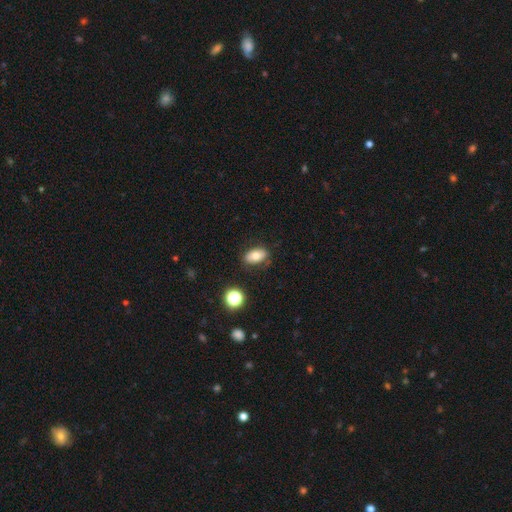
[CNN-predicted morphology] This appears to be a smooth galaxy with no disk features (73%) that is in between round and cigar-shaped (89%). Merging: none (80%).